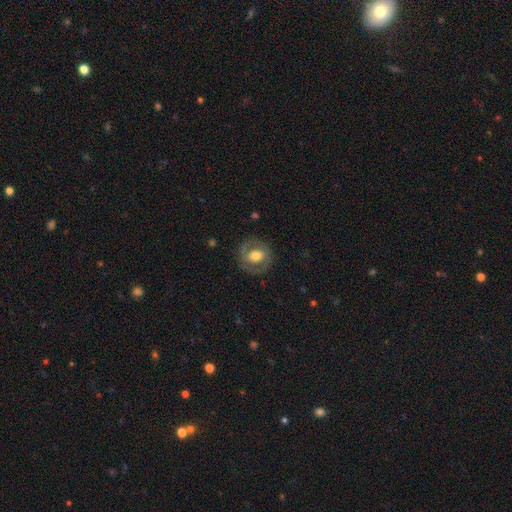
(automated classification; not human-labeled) smooth_or_featured: featured or disk (p=0.54) [alt: smooth p=0.40]
disk_edge_on: no (p=0.96) [alt: yes p=0.04]
bar: no (p=0.51) [alt: weak p=0.34]
has_spiral_arms: yes (p=0.56) [alt: no p=0.44]
bulge_size: moderate (p=0.61) [alt: large p=0.23]
merging: none (p=0.78) [alt: minor disturbance p=0.13]